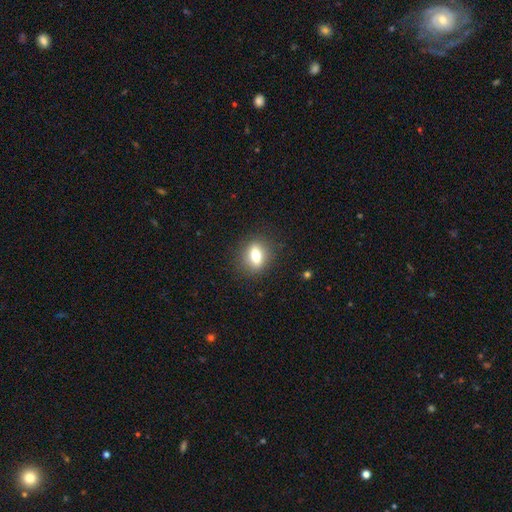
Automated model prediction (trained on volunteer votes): Smooth or featured?
  - smooth: 68% *
  - featured or disk: 22%
  - star or artifact: 10%
How rounded?
  - in between: 54% *
  - round: 41%
  - cigar-shaped: 5%
Merging?
  - none: 87% *
  - minor disturbance: 9%
  - major disturbance: 3%
  - merger: 1%